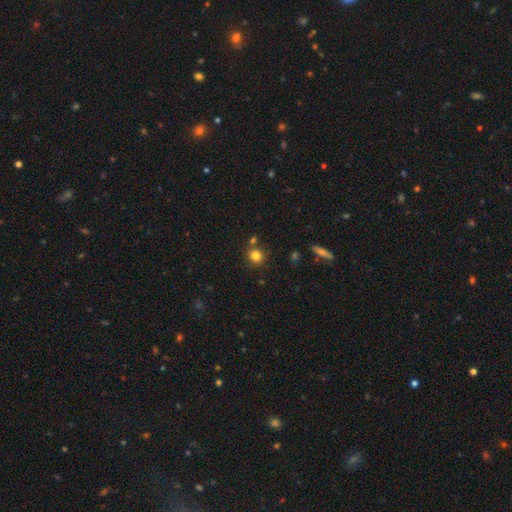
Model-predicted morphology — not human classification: Smooth or featured?
  - smooth: 82% *
  - star or artifact: 12%
  - featured or disk: 6%
How rounded?
  - round: 89% *
  - in between: 10%
  - cigar-shaped: 1%
Merging?
  - none: 79% *
  - merger: 10%
  - minor disturbance: 9%
  - major disturbance: 3%